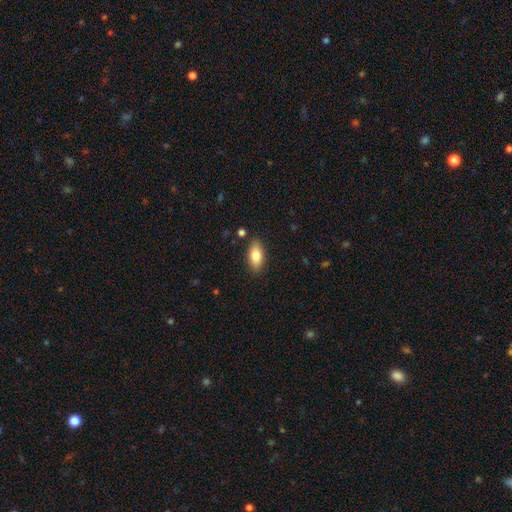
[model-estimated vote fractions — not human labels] The model was most divided on "smooth or featured": smooth: 81%, featured or disk: 12%, star or artifact: 7%. More confident: how rounded — in between (87%); merging — none (87%).